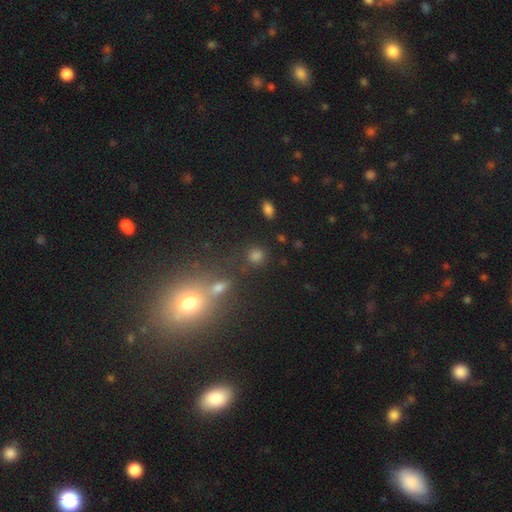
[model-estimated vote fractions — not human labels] This appears to be a smooth galaxy with no disk features (74%) that is round (81%). Merging: none (74%).